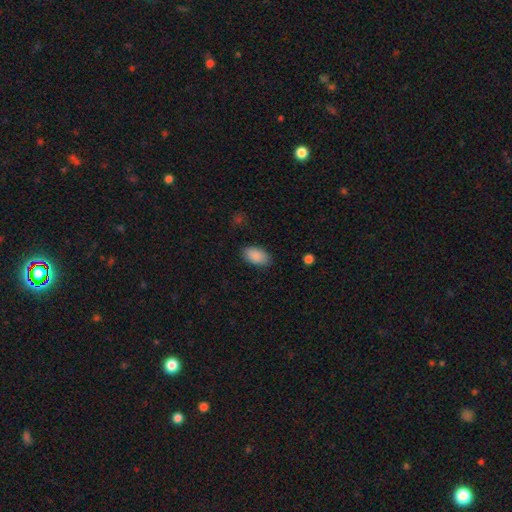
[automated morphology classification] smooth_or_featured: smooth (p=0.89) [alt: star or artifact p=0.07]
how_rounded: in between (p=0.93) [alt: round p=0.05]
merging: none (p=0.85) [alt: minor disturbance p=0.11]